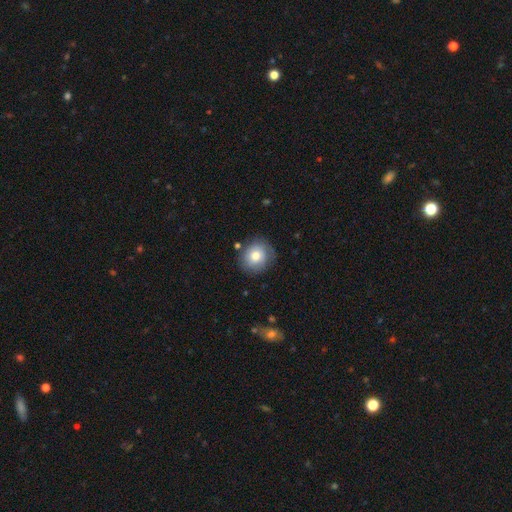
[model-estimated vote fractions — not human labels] Q: Smooth or featured?
A: smooth (71%); runner-up: featured or disk (20%)
Q: How rounded?
A: round (84%); runner-up: in between (15%)
Q: Merging?
A: none (75%); runner-up: minor disturbance (17%)